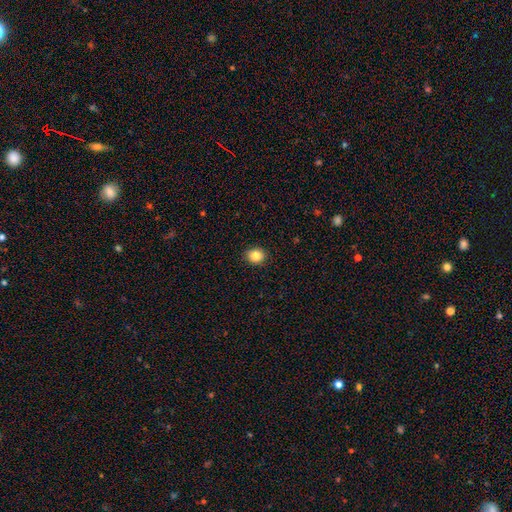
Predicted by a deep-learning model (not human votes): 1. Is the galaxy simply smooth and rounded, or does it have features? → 86% smooth, 10% star or artifact, 4% featured or disk.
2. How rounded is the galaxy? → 77% round, 22% in between, 1% cigar-shaped.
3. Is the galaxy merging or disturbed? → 90% none, 7% minor disturbance, 2% major disturbance, 1% merger.